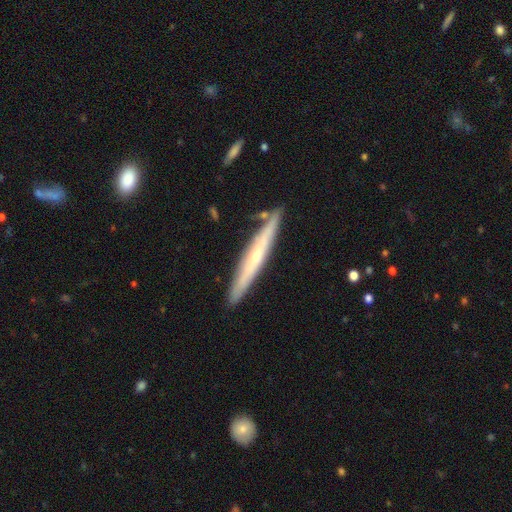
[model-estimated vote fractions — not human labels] Smooth or featured: featured or disk — 57% (smooth — 37%)
Edge-on disk: yes — 92% (no — 8%)
Edge-on bulge: none — 50% (rounded — 45%)
Merging: none — 85% (minor disturbance — 11%)